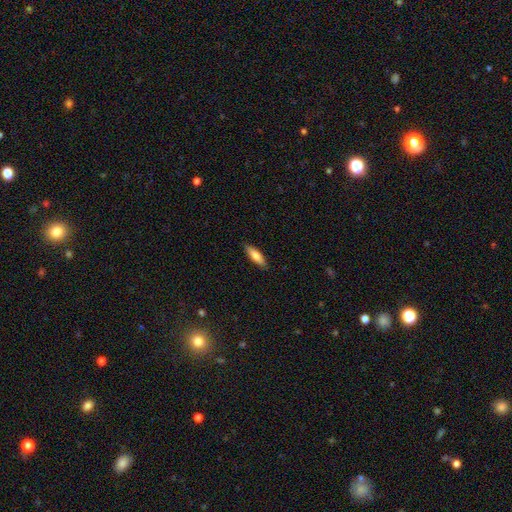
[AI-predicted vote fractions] A smooth galaxy with no disk features (78%) that is cigar-shaped (58%). Merging: none (87%).